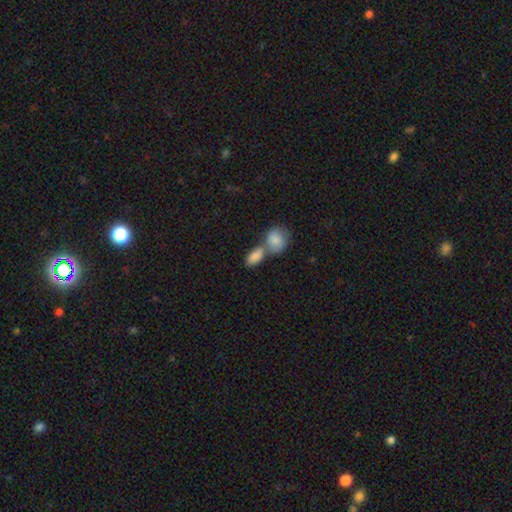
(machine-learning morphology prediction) A smooth galaxy with no disk features (85%) that is in between round and cigar-shaped (86%).

Vote fractions:
- Smooth or featured? smooth: 85% / featured or disk: 9% / star or artifact: 7%
- How rounded? in between: 86% / round: 10% / cigar-shaped: 4%
- Merging? merger: 62% / none: 28% / minor disturbance: 7% / major disturbance: 3%